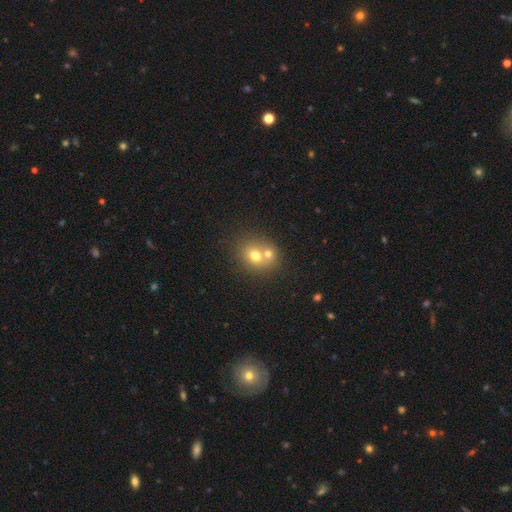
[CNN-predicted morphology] The model was most divided on "merging": merger: 56%, none: 35%, minor disturbance: 7%, major disturbance: 3%. More confident: smooth or featured — smooth (69%); how rounded — round (66%).